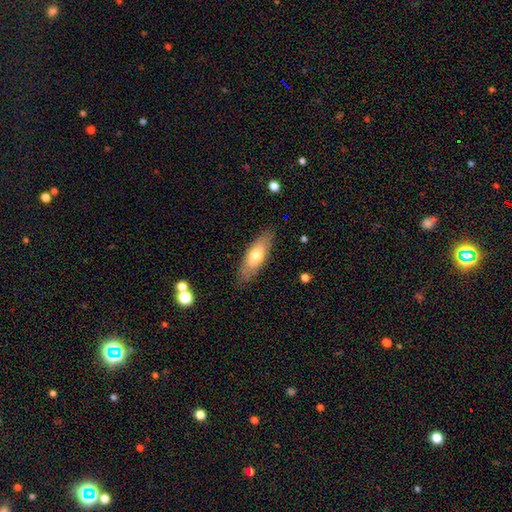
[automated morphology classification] smooth 66%, featured or disk 28%, star or artifact 6%. Down the decision tree: how rounded — in between (60%); merging — none (86%).